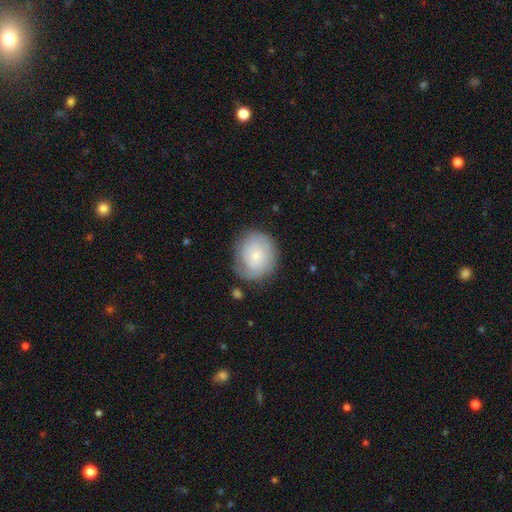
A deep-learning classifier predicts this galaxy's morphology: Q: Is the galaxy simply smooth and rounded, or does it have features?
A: smooth — 54%.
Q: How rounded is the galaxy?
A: round — 74%.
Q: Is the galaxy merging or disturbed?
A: none — 69%.